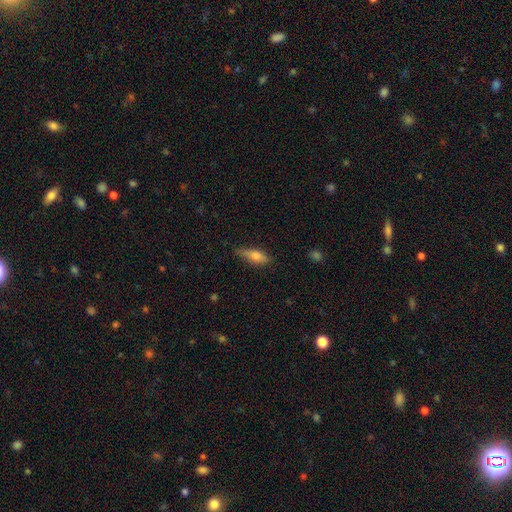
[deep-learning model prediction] Overall: smooth (62%; featured or disk 30%). How rounded: cigar-shaped (49%; in between 48%). Merging: none (70%).